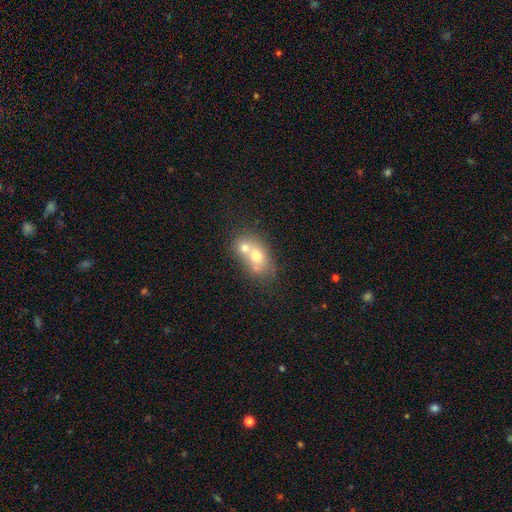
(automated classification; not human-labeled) A smooth galaxy with no disk features (62%) that is in between round and cigar-shaped (51%). Merging: merger (68%).